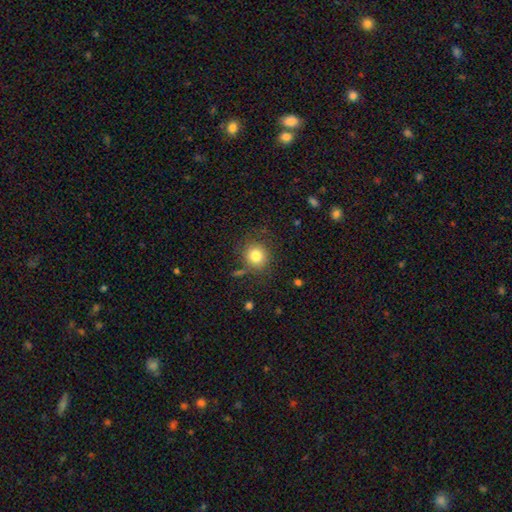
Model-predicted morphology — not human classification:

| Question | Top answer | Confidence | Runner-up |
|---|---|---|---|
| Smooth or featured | smooth | 81% | star or artifact (11%) |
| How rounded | round | 89% | in between (11%) |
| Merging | none | 80% | minor disturbance (12%) |